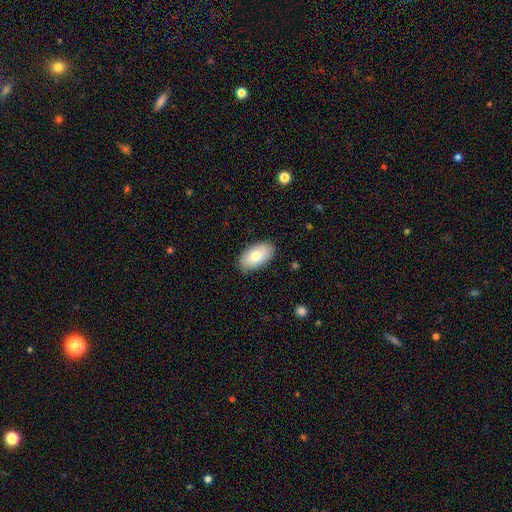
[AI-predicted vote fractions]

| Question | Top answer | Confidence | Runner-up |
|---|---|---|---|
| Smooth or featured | smooth | 78% | featured or disk (16%) |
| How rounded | in between | 95% | round (3%) |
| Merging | none | 86% | minor disturbance (11%) |